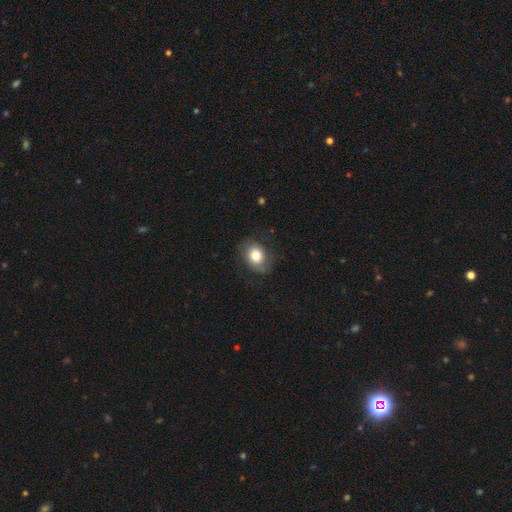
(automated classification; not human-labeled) Smooth or featured?
  - smooth: 77% *
  - featured or disk: 15%
  - star or artifact: 8%
How rounded?
  - in between: 55% *
  - round: 44%
  - cigar-shaped: 1%
Merging?
  - none: 75% *
  - minor disturbance: 18%
  - major disturbance: 6%
  - merger: 1%